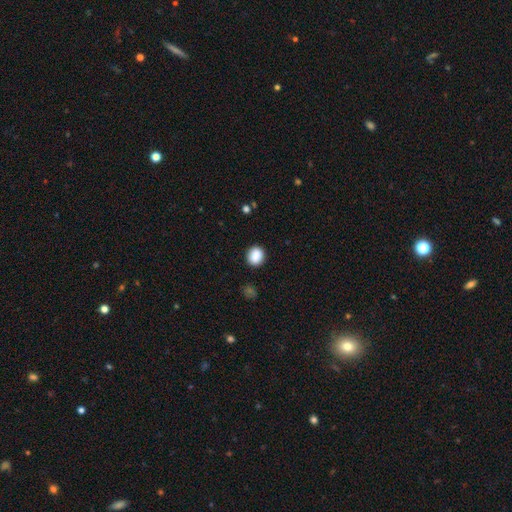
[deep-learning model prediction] Smooth or featured?
  - smooth: 88% *
  - star or artifact: 9%
  - featured or disk: 3%
How rounded?
  - round: 69% *
  - in between: 30%
  - cigar-shaped: 1%
Merging?
  - none: 88% *
  - minor disturbance: 8%
  - major disturbance: 2%
  - merger: 2%